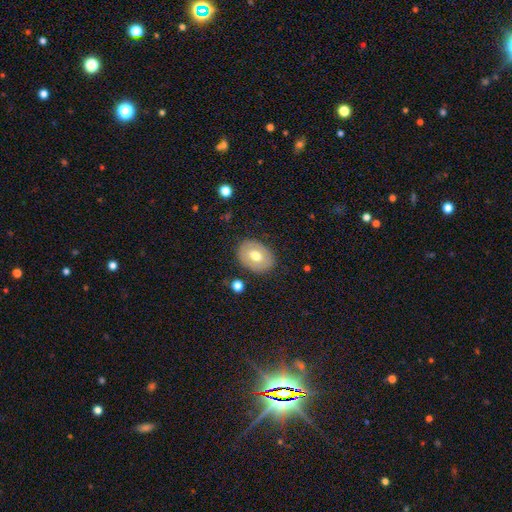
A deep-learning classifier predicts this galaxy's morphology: Smooth or featured?
  - smooth: 60% *
  - featured or disk: 33%
  - star or artifact: 7%
How rounded?
  - in between: 67% *
  - round: 32%
  - cigar-shaped: 1%
Merging?
  - none: 85% *
  - minor disturbance: 11%
  - major disturbance: 3%
  - merger: 2%